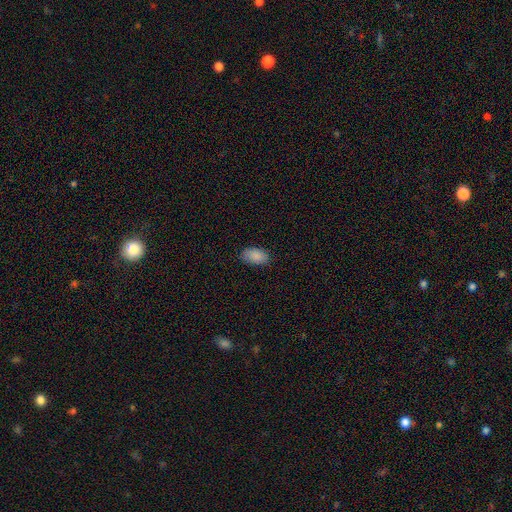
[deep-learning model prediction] The model was most divided on "merging": none: 82%, minor disturbance: 14%, major disturbance: 3%, merger: 1%. More confident: how rounded — in between (93%); smooth or featured — smooth (89%).